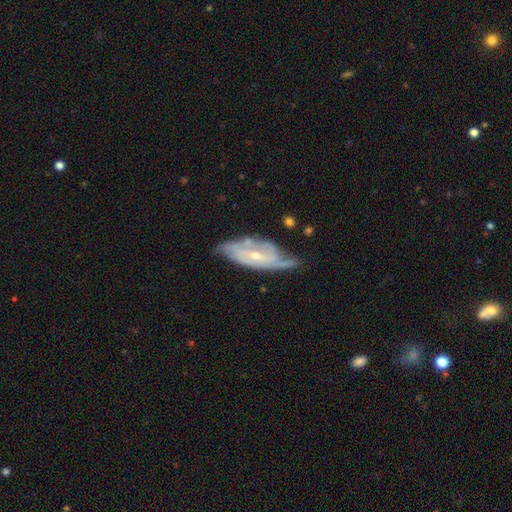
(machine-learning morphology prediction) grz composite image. It shows a featured or disk galaxy (78%) with no bar (54%), 2 (39%) tight (48%) spiral arms (88%) and a small central bulge (65%). Merging: none (55%).